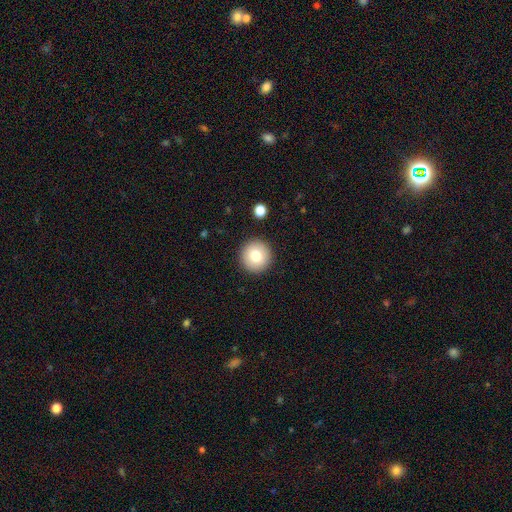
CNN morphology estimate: type=smooth (78%); roundness=round (96%); merging=none (92%).